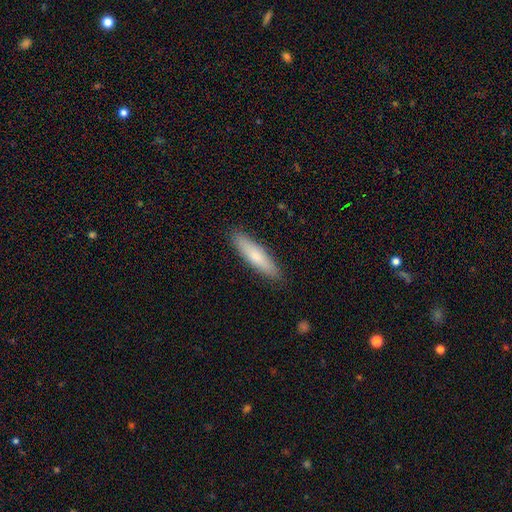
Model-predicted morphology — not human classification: Smooth or featured: smooth — 75% (featured or disk — 20%)
How rounded: cigar-shaped — 80% (in between — 19%)
Merging: none — 89% (minor disturbance — 8%)